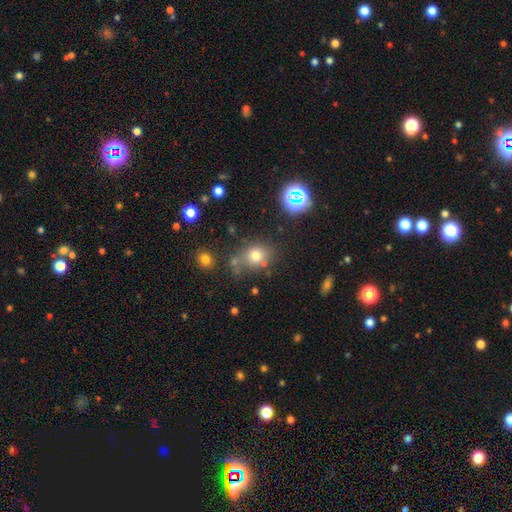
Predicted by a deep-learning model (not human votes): Q: Smooth or featured?
A: smooth (70%); runner-up: star or artifact (19%)
Q: How rounded?
A: round (66%); runner-up: in between (33%)
Q: Merging?
A: none (65%); runner-up: minor disturbance (15%)